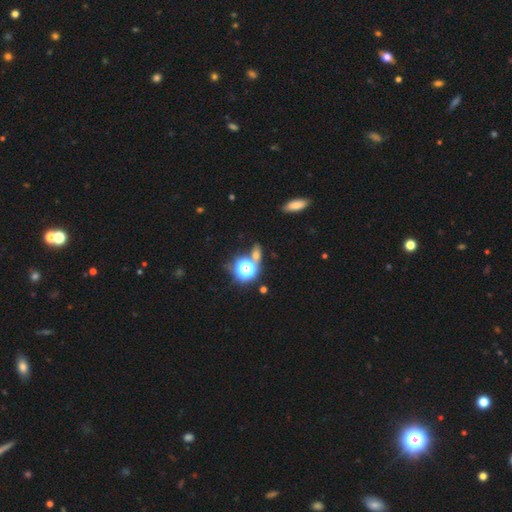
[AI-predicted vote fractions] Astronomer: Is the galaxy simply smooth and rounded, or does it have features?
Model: smooth — 46% (runner-up: star or artifact, 43%).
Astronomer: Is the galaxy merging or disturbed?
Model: none — 68%.